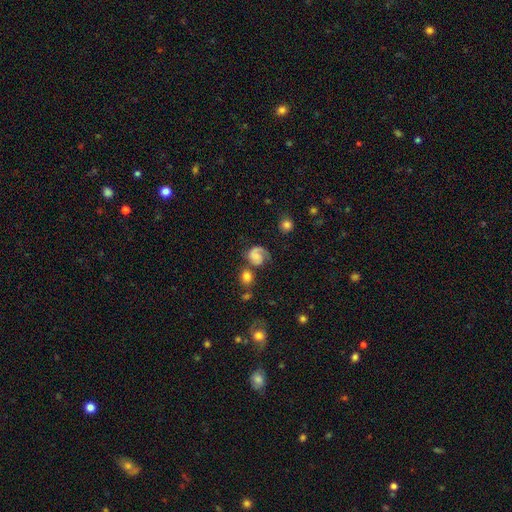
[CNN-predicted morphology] A featured or disk galaxy (57%) with no bar (62%), 1 (49%) medium (42%) spiral arms (90%) and no central bulge (36%).

Vote fractions:
- Smooth or featured? featured or disk: 57% / smooth: 33% / star or artifact: 10%
- Edge-on disk? no: 98% / yes: 2%
- Bar? no: 62% / weak: 30% / strong: 7%
- Spiral arms? yes: 90% / no: 10%
- Spiral winding? medium: 42% / tight: 34% / loose: 23%
- Spiral arm count? 1: 49% / 2: 41% / can't tell: 7% / 3: 2% / 4: 1% / more than 4: 1%
- Bulge size? none: 36% / small: 31% / moderate: 22% / large: 8% / dominant: 3%
- Merging? none: 48% / minor disturbance: 20% / major disturbance: 19% / merger: 14%